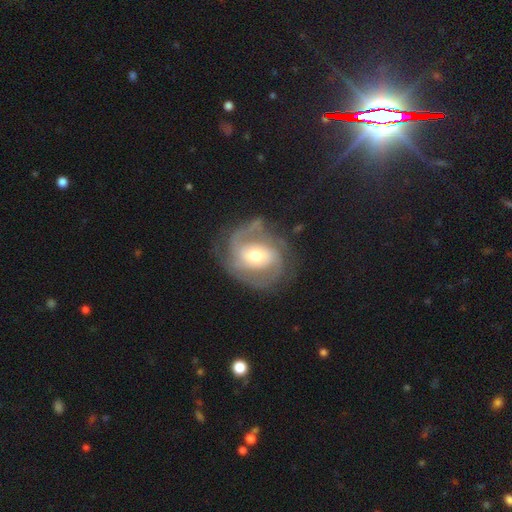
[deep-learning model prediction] Smooth or featured: featured or disk — 85% (smooth — 9%)
Edge-on disk: no — 97% (yes — 3%)
Bar: weak — 42% (no — 37%)
Spiral arms: yes — 95% (no — 5%)
Spiral winding: tight — 46% (medium — 42%)
Spiral arm count: 2 — 57% (3 — 17%)
Bulge size: moderate — 68% (small — 19%)
Merging: none — 69% (minor disturbance — 18%)